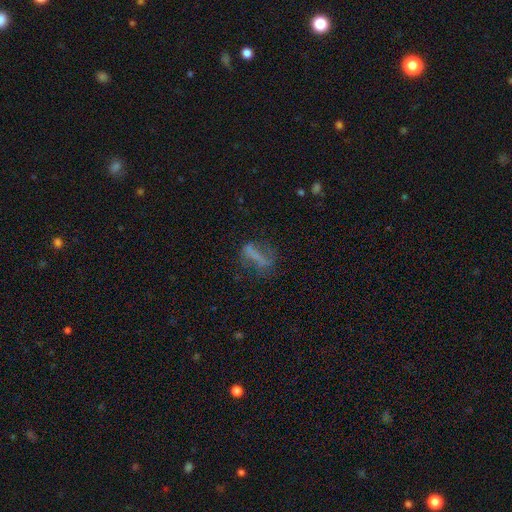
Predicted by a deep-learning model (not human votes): A smooth galaxy with no disk features (42%).

Vote fractions:
- Smooth or featured? smooth: 42% / featured or disk: 41% / star or artifact: 17%
- Merging? none: 48% / major disturbance: 26% / minor disturbance: 21% / merger: 5%